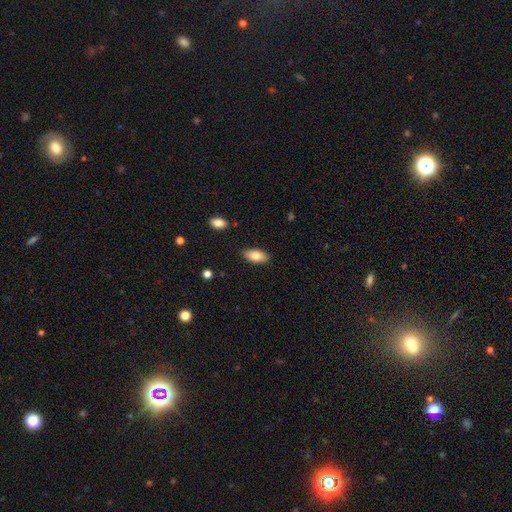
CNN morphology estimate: This is clearly a smooth galaxy (82%). How rounded: clearly in between (90%). Merging: clearly none (84%).